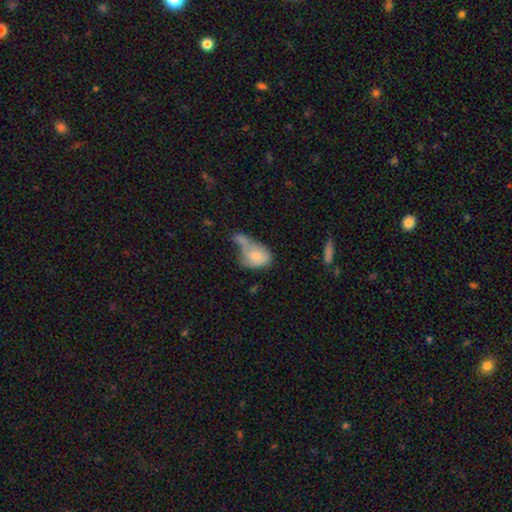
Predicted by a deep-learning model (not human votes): Overall: smooth (67%). How rounded: in between (72%). Merging: merger (44%; major disturbance 23%).